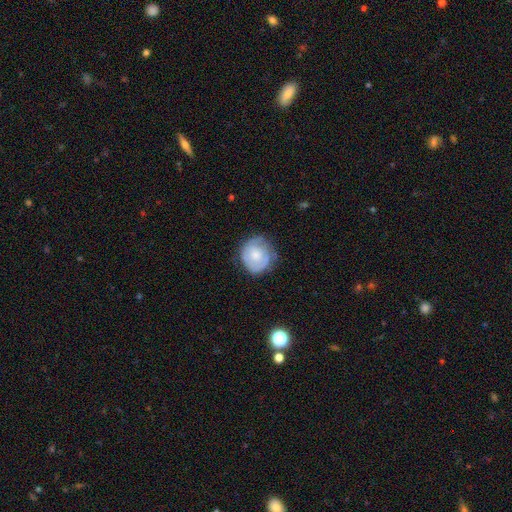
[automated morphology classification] Smooth or featured?
  - smooth: 50% *
  - featured or disk: 44%
  - star or artifact: 6%
Merging?
  - none: 65% *
  - minor disturbance: 25%
  - major disturbance: 8%
  - merger: 2%